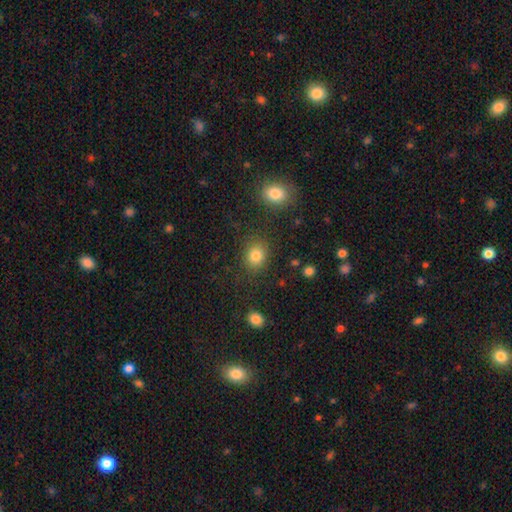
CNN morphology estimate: This is clearly a smooth galaxy (82%). How rounded: likely round (63%). Merging: clearly none (83%).